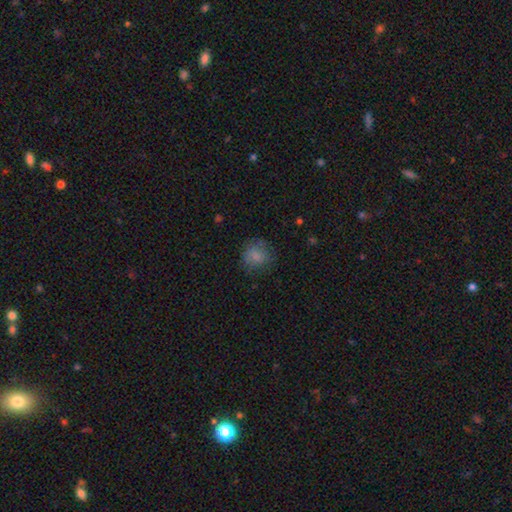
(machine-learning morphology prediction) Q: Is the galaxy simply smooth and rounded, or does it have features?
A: smooth — 77%.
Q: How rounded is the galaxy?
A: round — 83%.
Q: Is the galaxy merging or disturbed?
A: none — 72%.